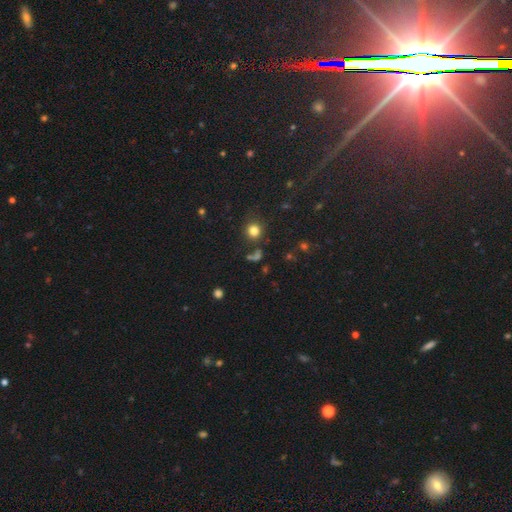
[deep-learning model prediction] Smooth or featured? smooth (62%)
How rounded? round (88%)
Merging? none (76%)